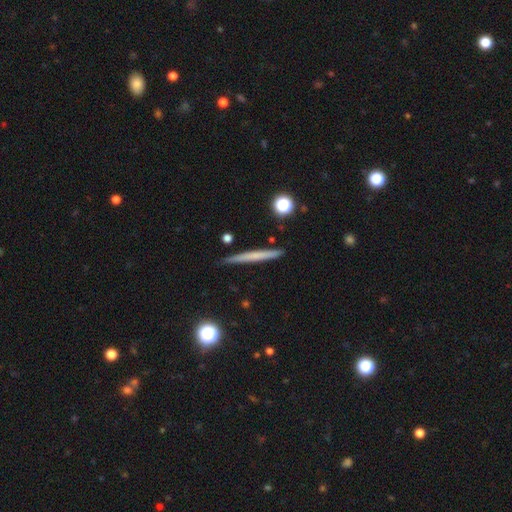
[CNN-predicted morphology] Smooth or featured: smooth — 51% (featured or disk — 42%)
How rounded: cigar-shaped — 96% (in between — 2%)
Merging: none — 89% (minor disturbance — 8%)